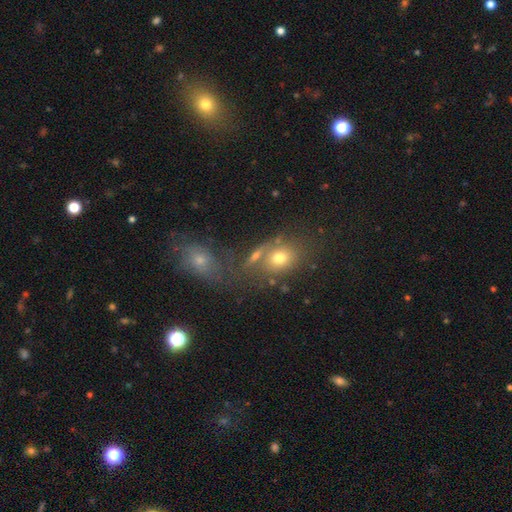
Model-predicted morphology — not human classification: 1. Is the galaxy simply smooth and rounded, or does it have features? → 61% smooth, 22% featured or disk, 16% star or artifact.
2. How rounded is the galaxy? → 63% in between, 33% round, 3% cigar-shaped.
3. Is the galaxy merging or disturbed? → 49% none, 29% merger, 14% minor disturbance, 8% major disturbance.